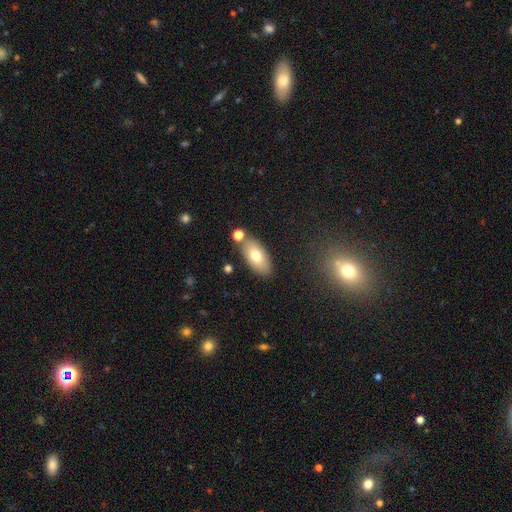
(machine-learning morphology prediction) Overall: smooth (74%). How rounded: in between (89%). Merging: none (77%).